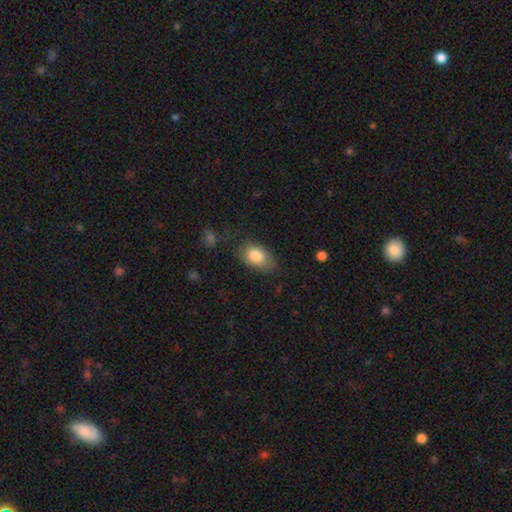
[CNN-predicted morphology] Smooth or featured? smooth (84%)
How rounded? in between (89%)
Merging? none (68%)